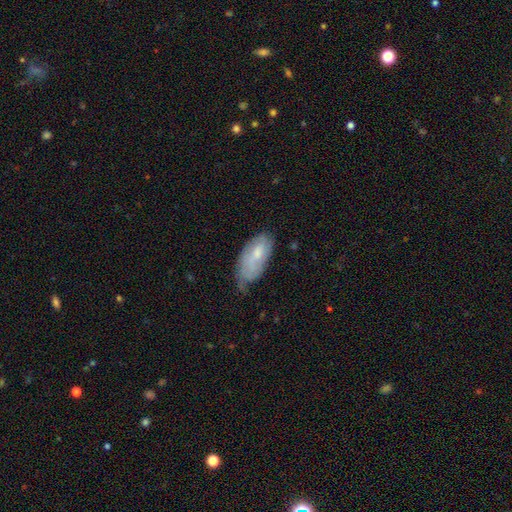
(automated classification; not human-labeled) Smooth or featured?
  - smooth: 56% *
  - featured or disk: 37%
  - star or artifact: 7%
How rounded?
  - in between: 88% *
  - cigar-shaped: 10%
  - round: 2%
Merging?
  - minor disturbance: 43% *
  - none: 40%
  - major disturbance: 15%
  - merger: 2%